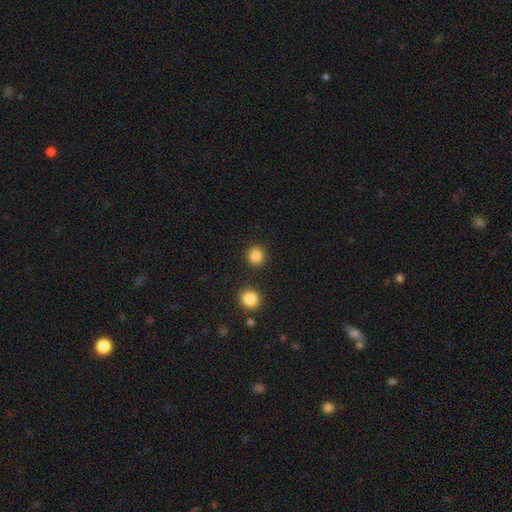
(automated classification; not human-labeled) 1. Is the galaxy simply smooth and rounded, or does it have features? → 86% smooth, 11% star or artifact, 4% featured or disk.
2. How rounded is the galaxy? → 90% round, 9% in between, 1% cigar-shaped.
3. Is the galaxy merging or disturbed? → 89% none, 6% minor disturbance, 3% merger, 2% major disturbance.